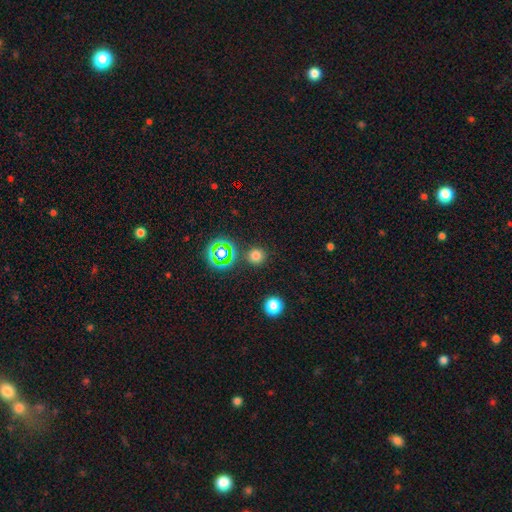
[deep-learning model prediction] Q: Smooth or featured?
A: smooth (72%); runner-up: star or artifact (23%)
Q: How rounded?
A: round (94%); runner-up: in between (5%)
Q: Merging?
A: none (87%); runner-up: minor disturbance (6%)